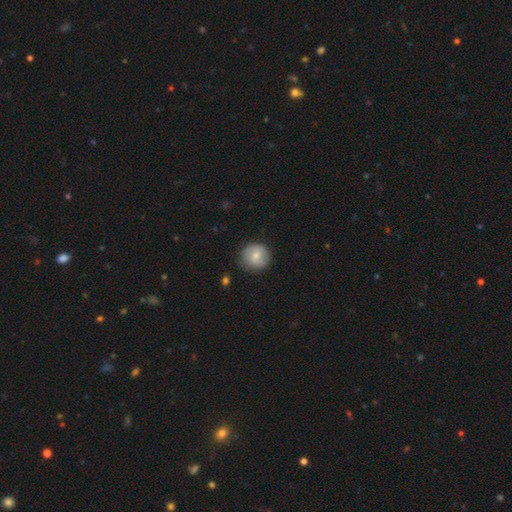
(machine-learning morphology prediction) This appears to be a smooth galaxy with no disk features (65%) that is round (91%). Merging: none (81%).